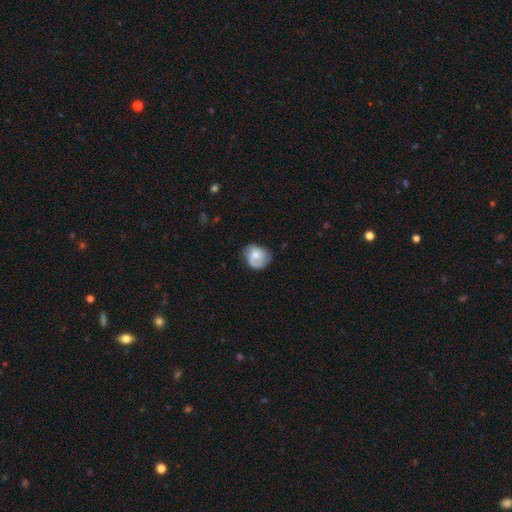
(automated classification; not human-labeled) Smooth or featured? Predicted: featured or disk (p=0.52). Edge-on disk? Predicted: no (p=0.97). Bar? Predicted: no (p=0.68). Spiral arms? Predicted: yes (p=0.85). Bulge size? Predicted: moderate (p=0.59). Merging? Predicted: none (p=0.64).